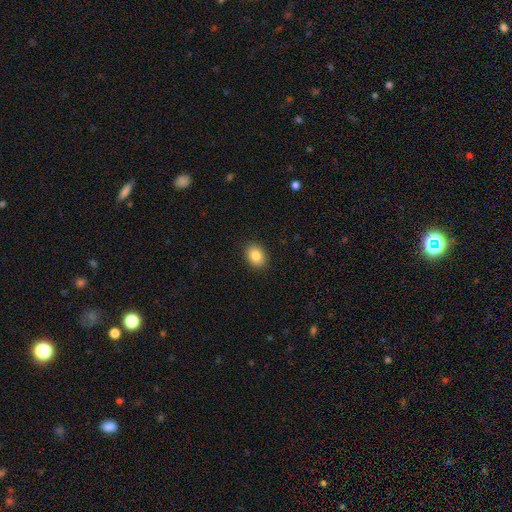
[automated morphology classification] Smooth or featured?
  - smooth: 86% *
  - star or artifact: 8%
  - featured or disk: 6%
How rounded?
  - in between: 65% *
  - round: 34%
  - cigar-shaped: 1%
Merging?
  - none: 89% *
  - minor disturbance: 8%
  - major disturbance: 2%
  - merger: 1%